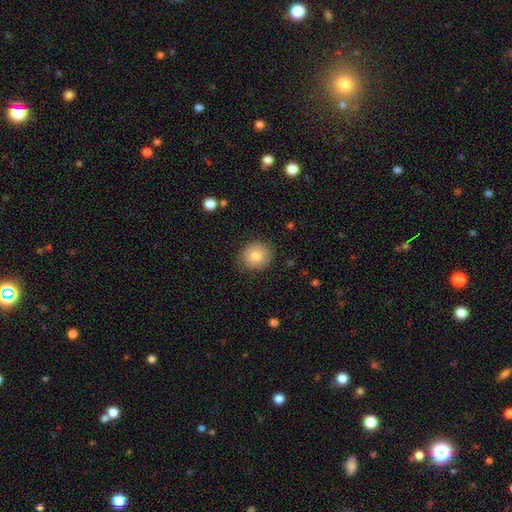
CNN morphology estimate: The model was most divided on "how rounded": round: 83%, in between: 16%, cigar-shaped: 1%. More confident: merging — none (85%); smooth or featured — smooth (80%).